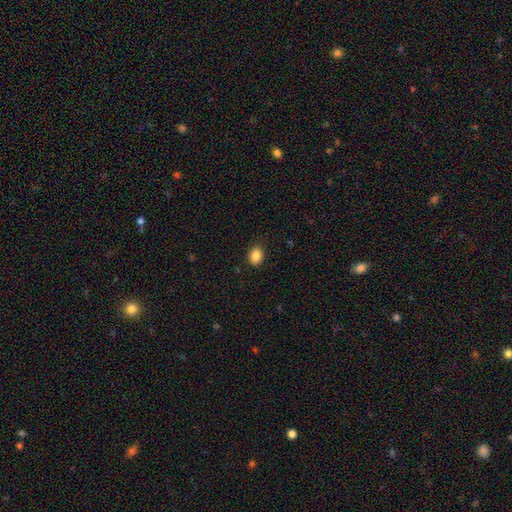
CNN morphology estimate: Smooth or featured? Predicted: smooth (p=0.87). How rounded? Predicted: in between (p=0.56). Merging? Predicted: none (p=0.84).